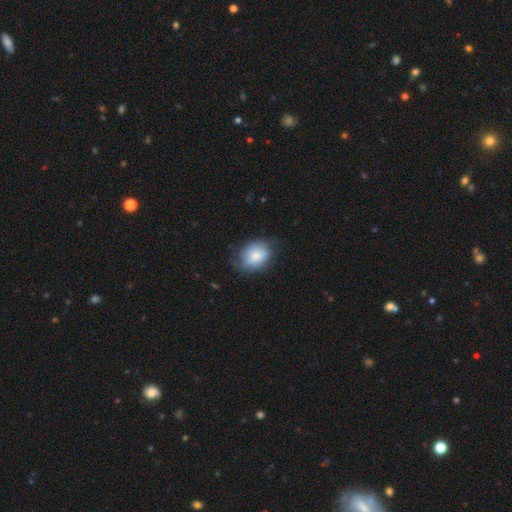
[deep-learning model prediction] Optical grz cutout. It shows a smooth galaxy with no disk features (76%) that is in between round and cigar-shaped (56%). Merging: none (67%).